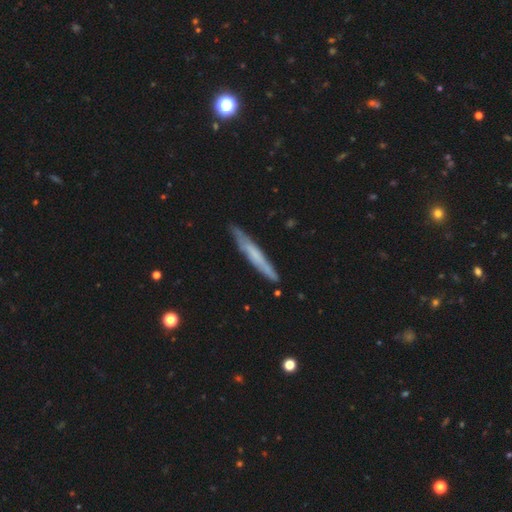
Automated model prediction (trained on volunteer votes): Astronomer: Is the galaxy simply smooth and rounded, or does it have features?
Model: smooth — 49% (runner-up: featured or disk, 45%).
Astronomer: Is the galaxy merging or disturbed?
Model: none — 83%.